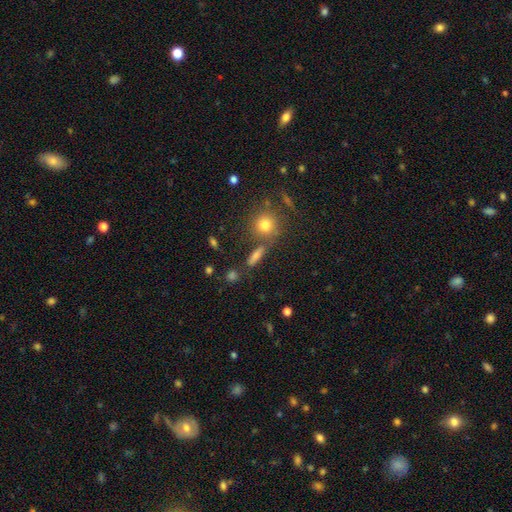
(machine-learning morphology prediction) smooth_or_featured: smooth (p=0.61) [alt: star or artifact p=0.20]
how_rounded: cigar-shaped (p=0.46) [alt: in between p=0.31]
merging: none (p=0.72) [alt: minor disturbance p=0.12]